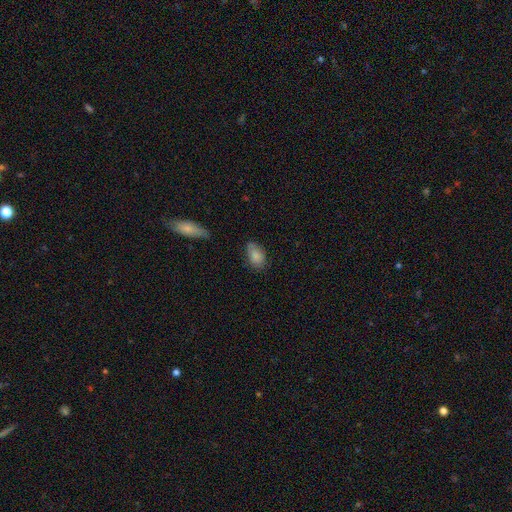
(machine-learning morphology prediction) smooth-or-featured: smooth: 84% | featured or disk: 8% | star or artifact: 8%
  how-rounded: in between: 89% | round: 9% | cigar-shaped: 2%
  merging: none: 64% | minor disturbance: 28% | major disturbance: 6% | merger: 2%